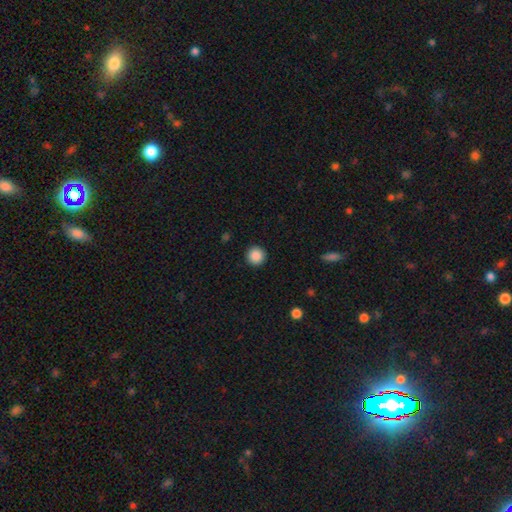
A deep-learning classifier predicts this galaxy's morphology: A smooth galaxy with no disk features (88%) that is round (96%). Merging: none (93%).